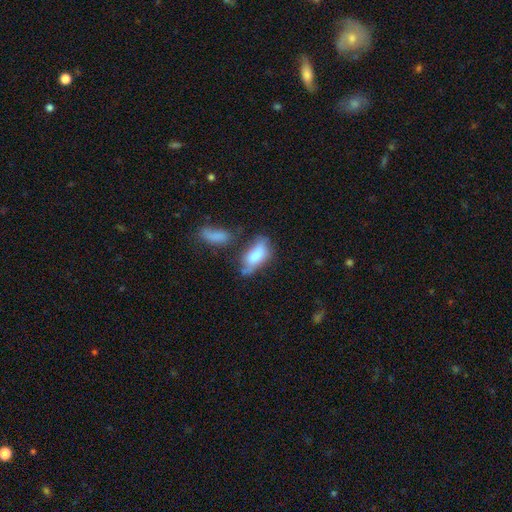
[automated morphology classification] Smooth or featured? Predicted: smooth (p=0.71). How rounded? Predicted: in between (p=0.84). Merging? Predicted: none (p=0.36).